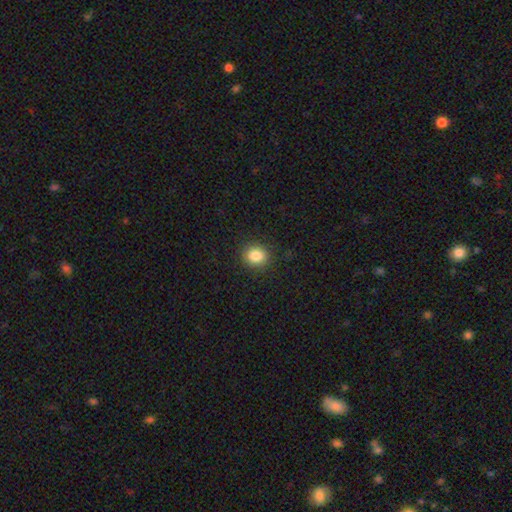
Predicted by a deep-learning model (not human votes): smooth_or_featured: smooth (p=0.85) [alt: star or artifact p=0.10]
how_rounded: round (p=0.80) [alt: in between p=0.19]
merging: none (p=0.90) [alt: minor disturbance p=0.07]